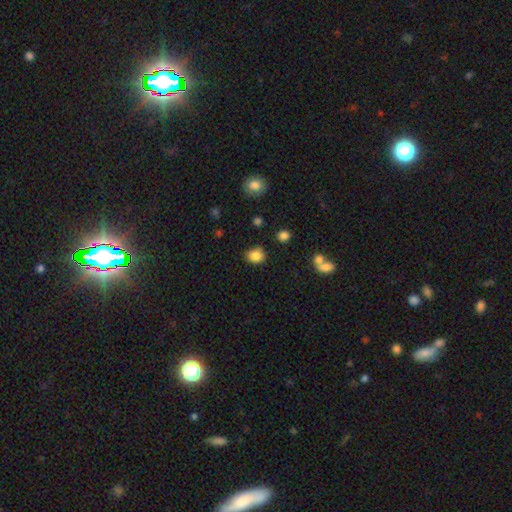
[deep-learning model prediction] Overall: smooth (84%). How rounded: round (62%; in between 37%). Merging: none (75%).